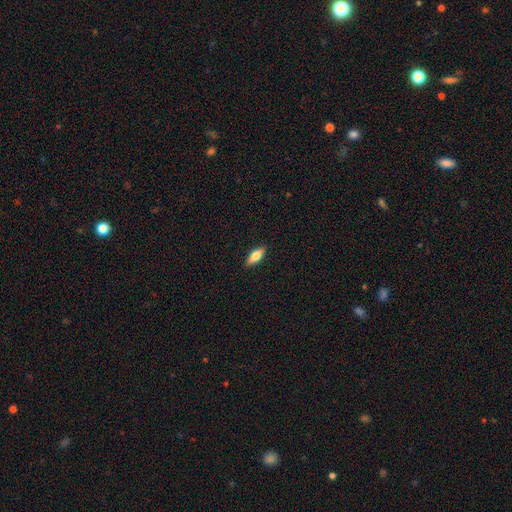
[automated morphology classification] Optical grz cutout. It shows a smooth galaxy with no disk features (73%) that is in between round and cigar-shaped (74%). Merging: none (90%).